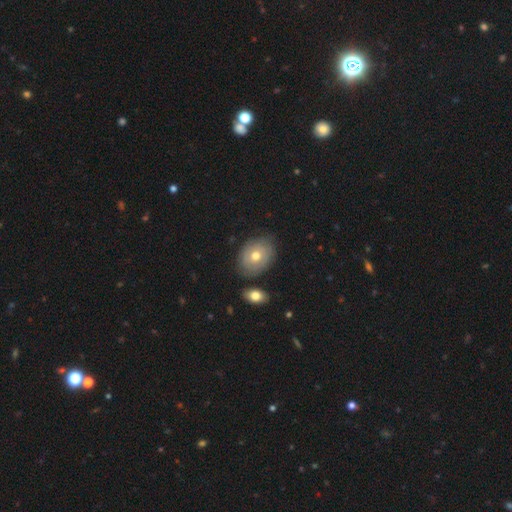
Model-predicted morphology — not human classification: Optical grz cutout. It shows a featured or disk galaxy (51%). Merging: none (75%).